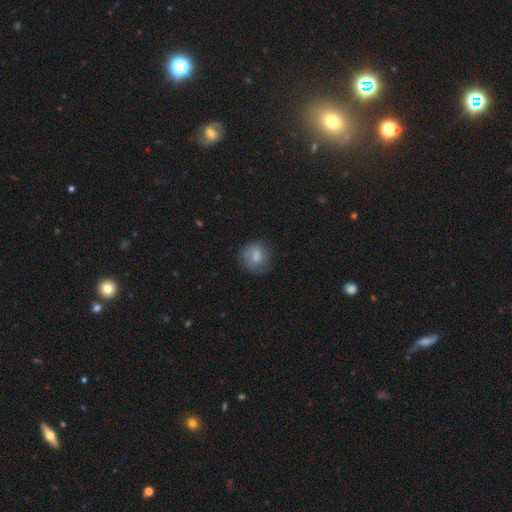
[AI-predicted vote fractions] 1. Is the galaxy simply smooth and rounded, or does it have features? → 71% smooth, 21% featured or disk, 8% star or artifact.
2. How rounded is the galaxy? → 81% round, 18% in between, 1% cigar-shaped.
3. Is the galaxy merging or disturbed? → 69% none, 21% minor disturbance, 8% major disturbance, 2% merger.